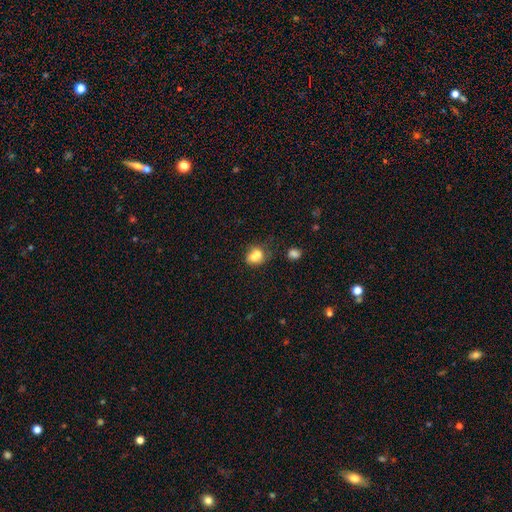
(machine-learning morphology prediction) smooth_or_featured: smooth (p=0.68) [alt: featured or disk p=0.21]
how_rounded: round (p=0.56) [alt: in between p=0.43]
merging: merger (p=0.59) [alt: none p=0.26]